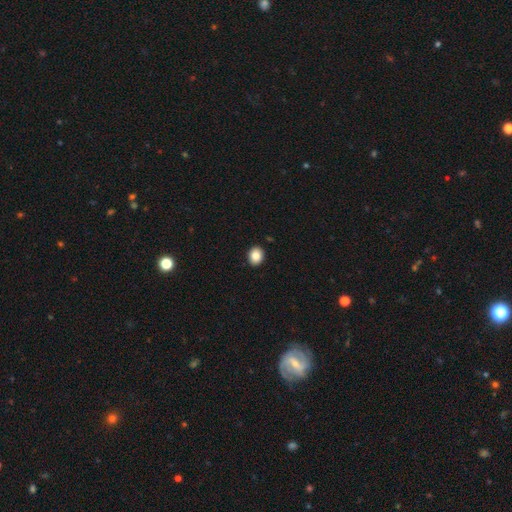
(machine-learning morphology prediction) Overall: smooth (87%). How rounded: round (54%; in between 45%). Merging: none (91%).